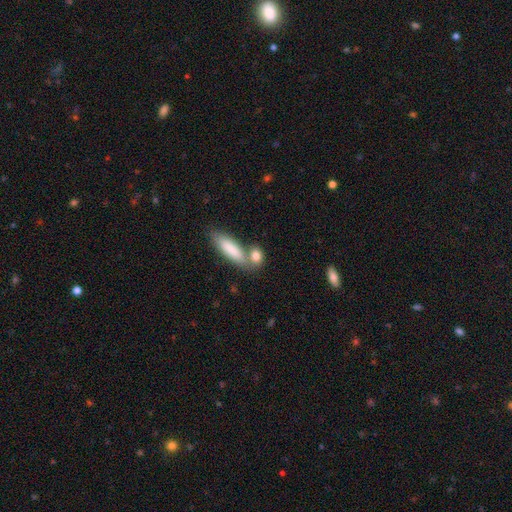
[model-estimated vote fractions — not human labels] smooth_or_featured: smooth (p=0.83) [alt: featured or disk p=0.10]
how_rounded: in between (p=0.52) [alt: cigar-shaped p=0.25]
merging: none (p=0.52) [alt: merger p=0.32]